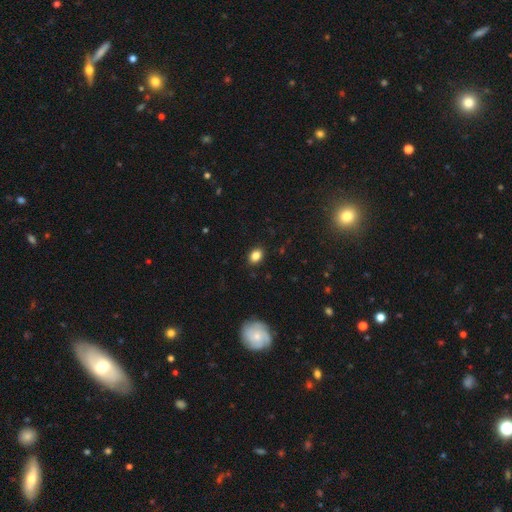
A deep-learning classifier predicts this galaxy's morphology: smooth-or-featured: smooth: 85% | star or artifact: 10% | featured or disk: 5%
  how-rounded: in between: 69% | round: 29% | cigar-shaped: 1%
  merging: none: 88% | minor disturbance: 9% | major disturbance: 2% | merger: 1%